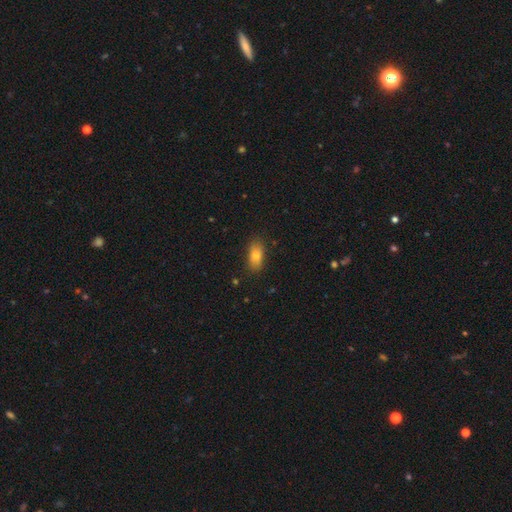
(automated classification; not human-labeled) Morphology: type=smooth (79%); roundness=in between (85%); merging=none (83%).